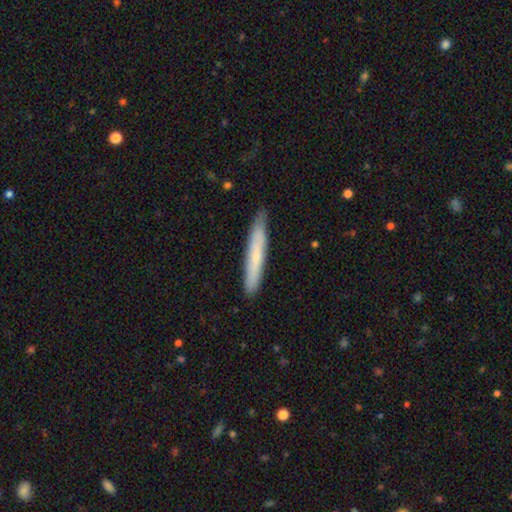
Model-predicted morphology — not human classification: The model was most divided on "smooth or featured": smooth: 63%, featured or disk: 32%, star or artifact: 6%. More confident: how rounded — cigar-shaped (95%); merging — none (86%).